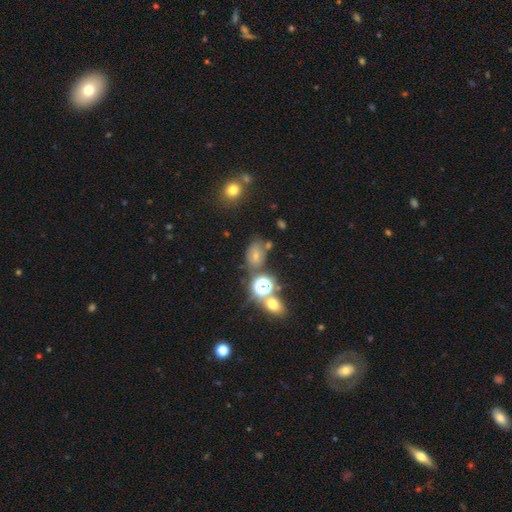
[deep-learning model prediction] Morphology: type=smooth (53%); roundness=in between (68%); merging=none (60%).